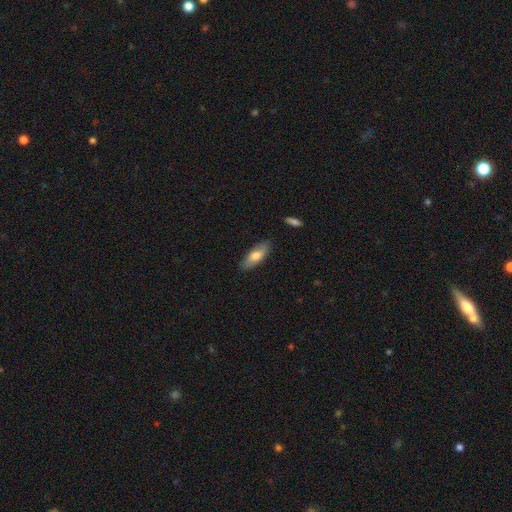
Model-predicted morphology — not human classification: Smooth or featured?
  - smooth: 74% *
  - featured or disk: 20%
  - star or artifact: 6%
How rounded?
  - in between: 71% *
  - cigar-shaped: 27%
  - round: 2%
Merging?
  - none: 84% *
  - minor disturbance: 12%
  - major disturbance: 2%
  - merger: 1%